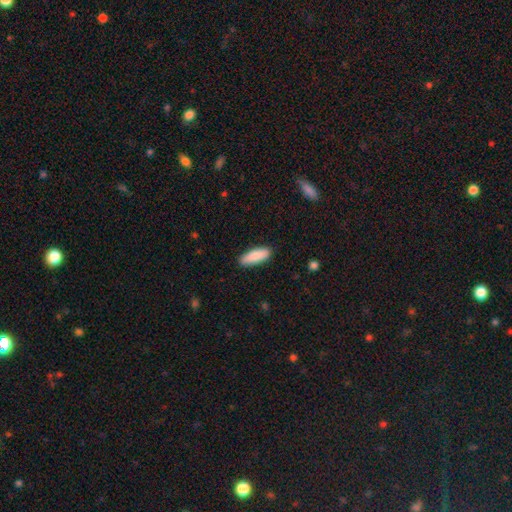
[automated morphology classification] The model was most divided on "how rounded": in between: 61%, cigar-shaped: 37%, round: 2%. More confident: merging — none (88%); smooth or featured — smooth (87%).